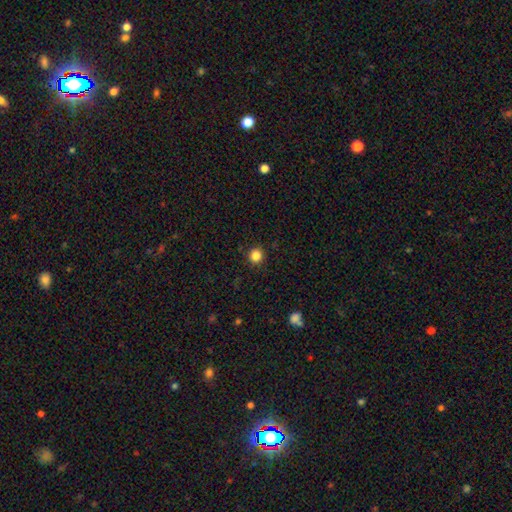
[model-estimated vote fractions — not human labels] This is clearly a smooth galaxy (84%). How rounded: clearly round (94%). Merging: clearly none (92%).